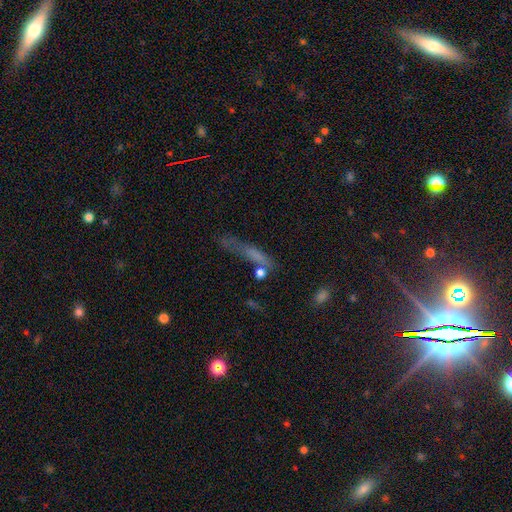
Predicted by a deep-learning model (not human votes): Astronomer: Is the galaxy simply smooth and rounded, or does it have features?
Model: smooth — 57%.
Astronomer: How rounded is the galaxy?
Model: cigar-shaped — 79%.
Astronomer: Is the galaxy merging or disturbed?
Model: none — 52%.